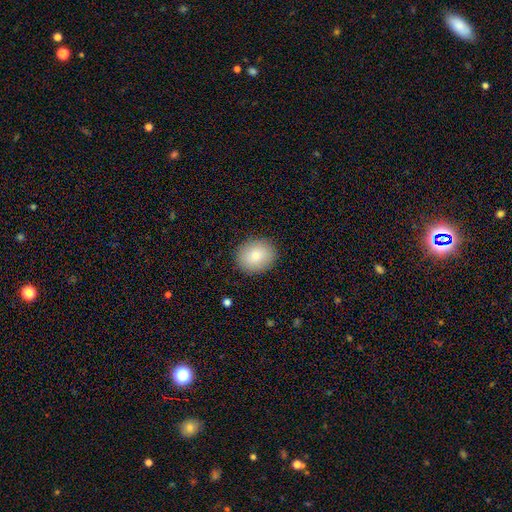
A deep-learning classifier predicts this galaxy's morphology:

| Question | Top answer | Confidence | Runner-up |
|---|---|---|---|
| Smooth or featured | smooth | 84% | featured or disk (9%) |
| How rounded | round | 61% | in between (38%) |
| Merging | none | 89% | minor disturbance (8%) |